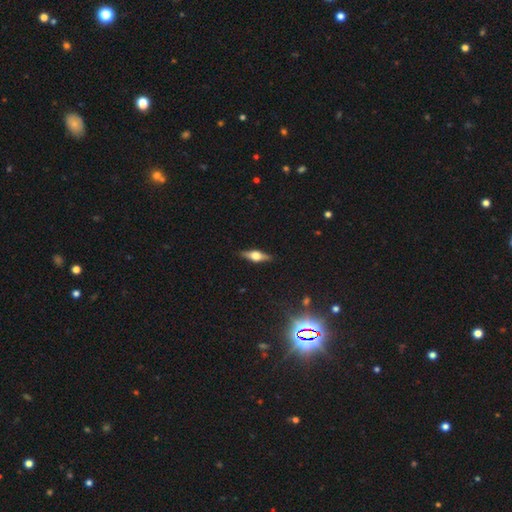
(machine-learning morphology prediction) Q: Smooth or featured?
A: featured or disk (61%); runner-up: smooth (32%)
Q: Edge-on disk?
A: yes (94%); runner-up: no (6%)
Q: Edge-on bulge?
A: rounded (93%); runner-up: boxy (6%)
Q: Merging?
A: none (89%); runner-up: minor disturbance (8%)